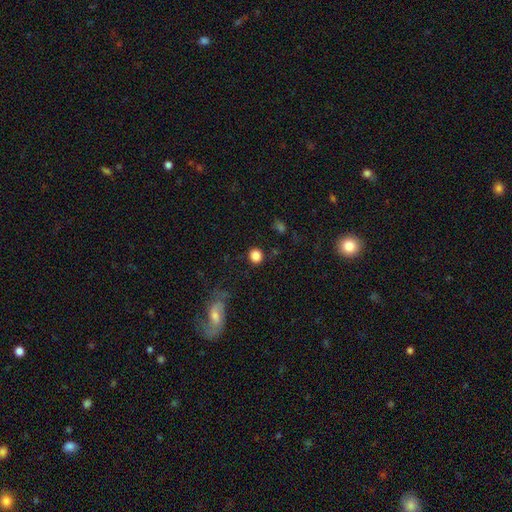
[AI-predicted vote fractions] The model was most divided on "how rounded": round: 86%, in between: 13%, cigar-shaped: 1%. More confident: merging — none (87%); smooth or featured — smooth (85%).